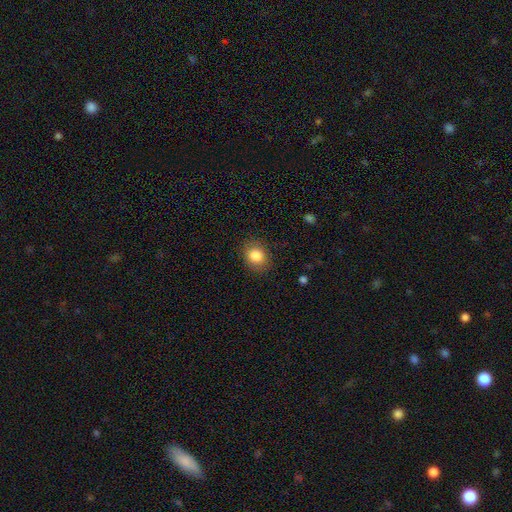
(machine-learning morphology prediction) Smooth or featured? smooth (85%)
How rounded? in between (50%, tied with round)
Merging? none (85%)